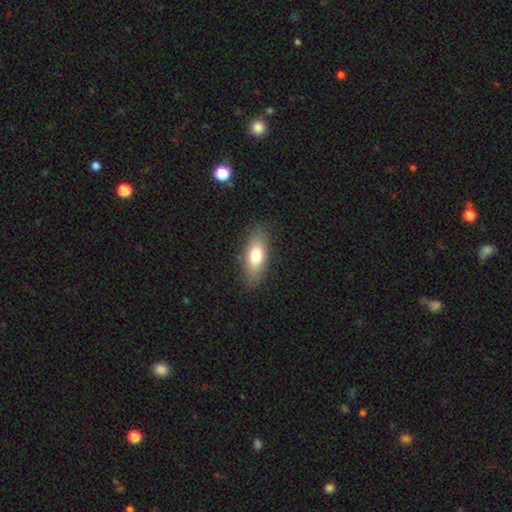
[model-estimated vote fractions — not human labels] smooth-or-featured: smooth: 74% | featured or disk: 19% | star or artifact: 7%
  how-rounded: in between: 73% | cigar-shaped: 24% | round: 3%
  merging: none: 85% | minor disturbance: 11% | major disturbance: 3% | merger: 1%